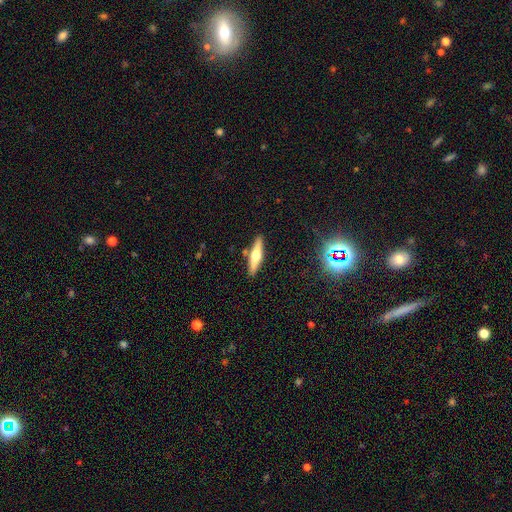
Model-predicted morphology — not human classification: This appears to be a featured or disk galaxy (52%) viewed edge-on (94%). Merging: none (86%).